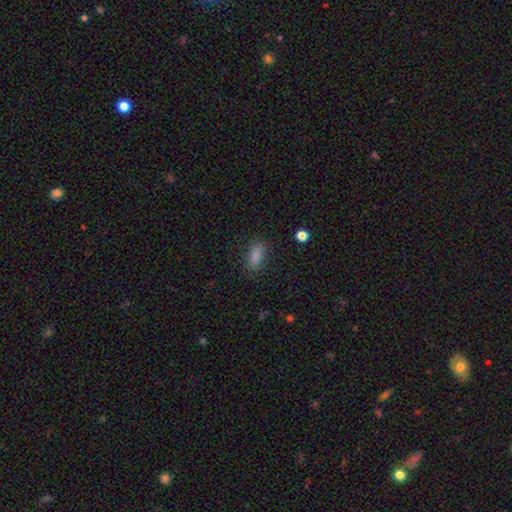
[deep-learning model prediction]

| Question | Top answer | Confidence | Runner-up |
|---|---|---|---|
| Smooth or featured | smooth | 85% | star or artifact (10%) |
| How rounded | in between | 79% | cigar-shaped (17%) |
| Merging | none | 80% | minor disturbance (14%) |